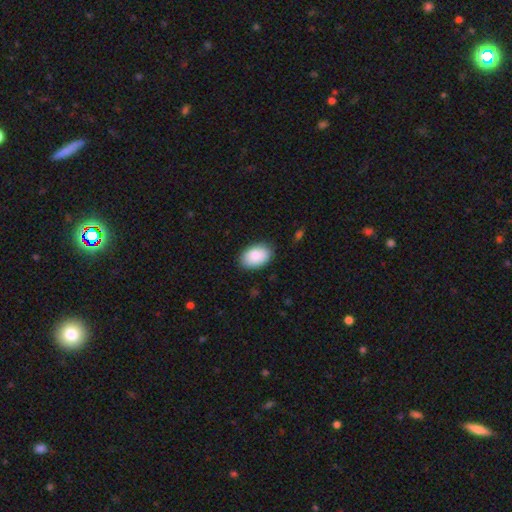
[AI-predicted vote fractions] Smooth or featured?
  - smooth: 88% *
  - featured or disk: 6%
  - star or artifact: 6%
How rounded?
  - in between: 90% *
  - round: 9%
  - cigar-shaped: 1%
Merging?
  - none: 84% *
  - minor disturbance: 13%
  - major disturbance: 3%
  - merger: 1%